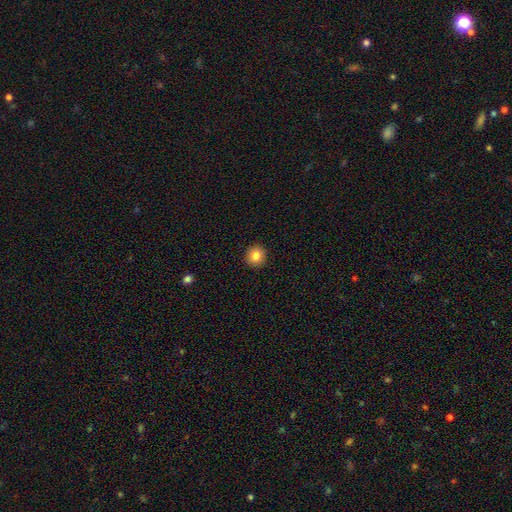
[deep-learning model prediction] Overall: smooth (83%). How rounded: round (93%). Merging: none (93%).